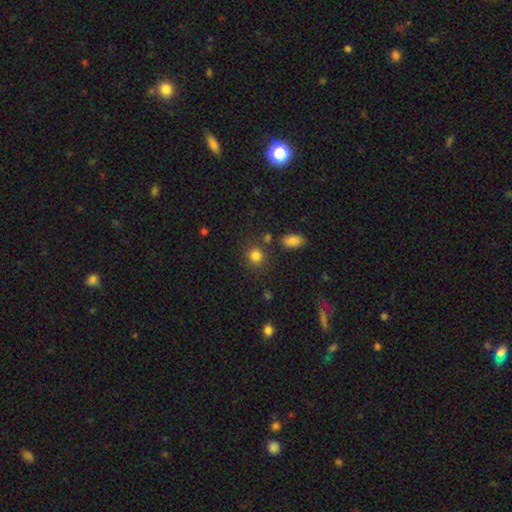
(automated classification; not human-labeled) The model was most divided on "how rounded": round: 83%, in between: 16%, cigar-shaped: 1%. More confident: smooth or featured — smooth (83%); merging — none (78%).